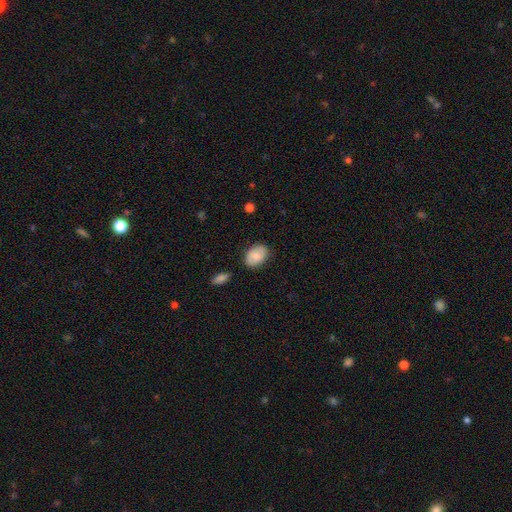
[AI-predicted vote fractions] A smooth galaxy with no disk features (80%) that is in between round and cigar-shaped (87%). Merging: none (81%).